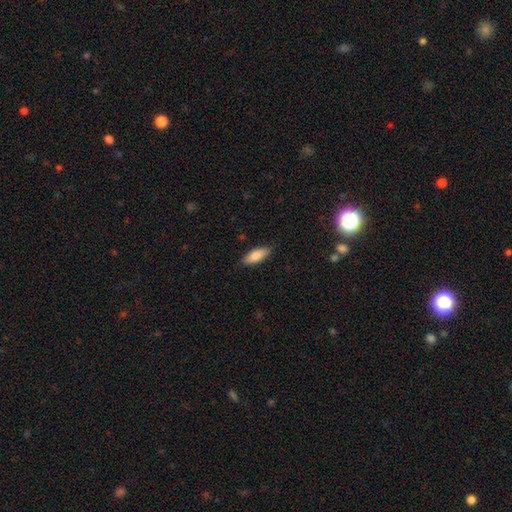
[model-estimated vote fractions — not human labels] This appears to be a smooth galaxy with no disk features (84%) that is in between round and cigar-shaped (77%). Merging: none (86%).